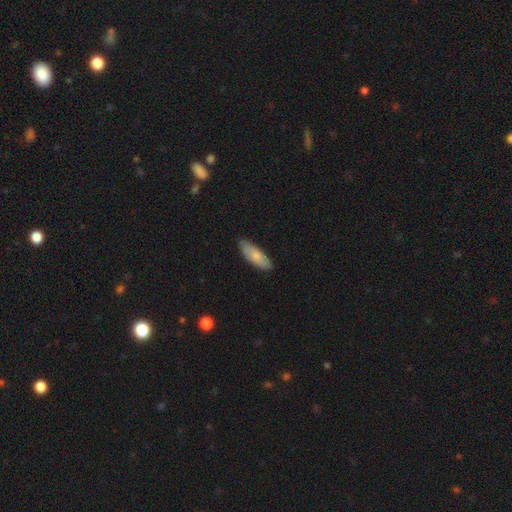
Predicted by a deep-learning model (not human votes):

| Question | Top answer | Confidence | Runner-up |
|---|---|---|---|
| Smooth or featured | smooth | 78% | featured or disk (17%) |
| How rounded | in between | 65% | cigar-shaped (33%) |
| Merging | none | 83% | minor disturbance (14%) |